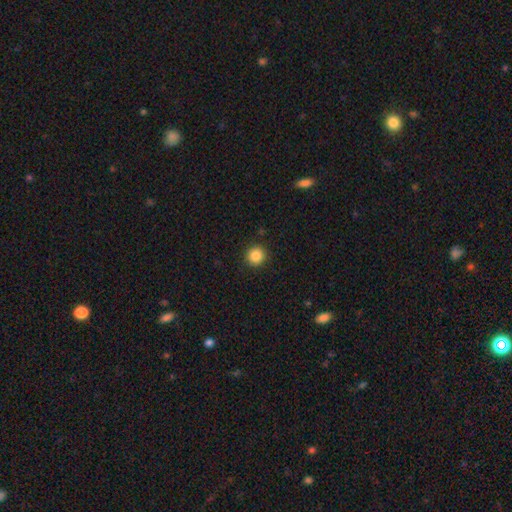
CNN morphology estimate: Q: Smooth or featured?
A: smooth (86%); runner-up: star or artifact (10%)
Q: How rounded?
A: round (94%); runner-up: in between (5%)
Q: Merging?
A: none (92%); runner-up: minor disturbance (5%)